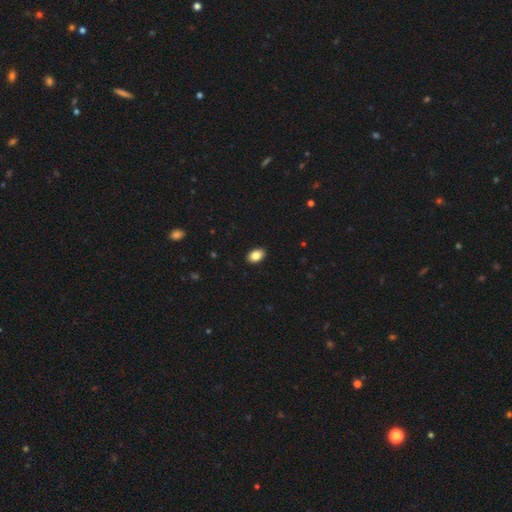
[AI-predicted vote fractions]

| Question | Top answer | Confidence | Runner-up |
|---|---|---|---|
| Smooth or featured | smooth | 85% | star or artifact (8%) |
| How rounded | in between | 87% | round (12%) |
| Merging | none | 90% | minor disturbance (7%) |